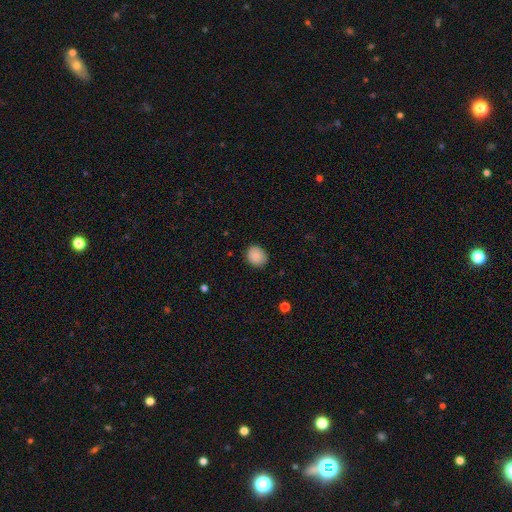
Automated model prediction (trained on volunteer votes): Smooth or featured?
  - smooth: 88% *
  - star or artifact: 8%
  - featured or disk: 4%
How rounded?
  - round: 64% *
  - in between: 35%
  - cigar-shaped: 1%
Merging?
  - none: 86% *
  - minor disturbance: 11%
  - major disturbance: 2%
  - merger: 1%